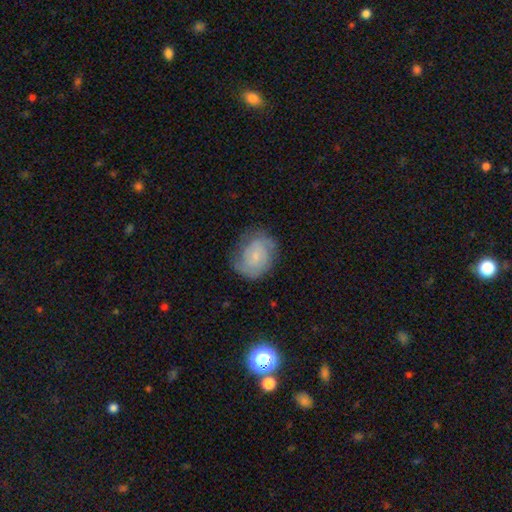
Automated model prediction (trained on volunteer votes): featured or disk 58%, smooth 33%, star or artifact 9%. Down the decision tree: edge-on disk — no (98%); bar — no (63%); spiral arms — yes (88%); spiral arm count — 2 (42%); spiral winding — tight (51%); bulge size — small (66%); merging — none (69%).